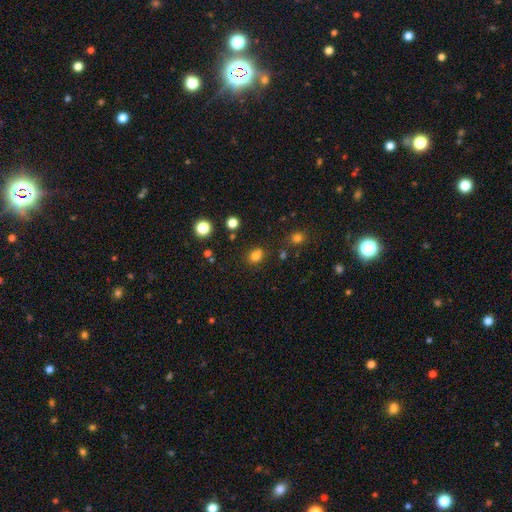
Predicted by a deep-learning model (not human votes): Morphology: type=smooth (77%); roundness=in between (54%); merging=none (69%).